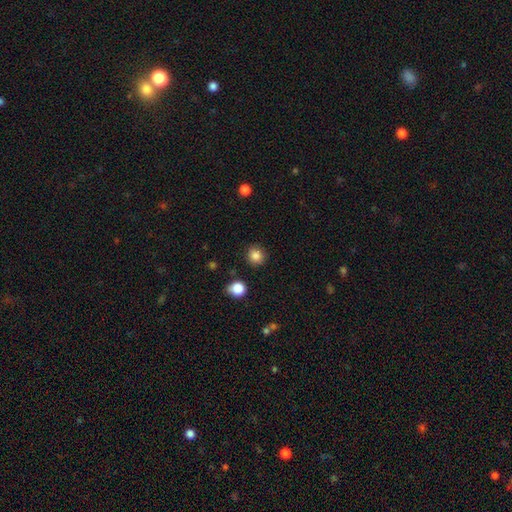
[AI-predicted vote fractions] Smooth or featured? smooth (85%)
How rounded? round (92%)
Merging? none (90%)